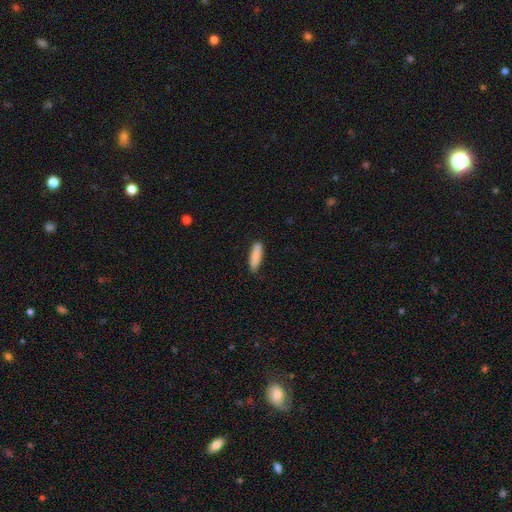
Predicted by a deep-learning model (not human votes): Smooth or featured: smooth — 85% (featured or disk — 10%)
How rounded: cigar-shaped — 68% (in between — 31%)
Merging: none — 84% (minor disturbance — 12%)